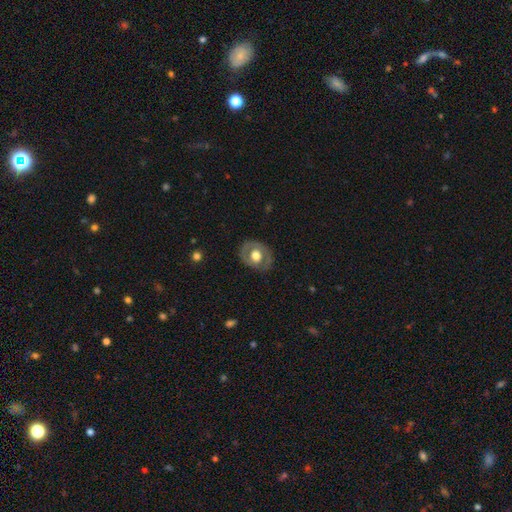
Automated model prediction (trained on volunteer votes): smooth-or-featured: featured or disk: 55% | smooth: 40% | star or artifact: 6%
  disk-edge-on: no: 94% | yes: 6%
    bar: no: 81% | weak: 15% | strong: 4%
    has-spiral-arms: no: 76% | yes: 24%
    bulge-size: moderate: 47% | large: 46% | dominant: 3% | small: 3% | none: 1%
  merging: none: 80% | minor disturbance: 14% | major disturbance: 5% | merger: 1%